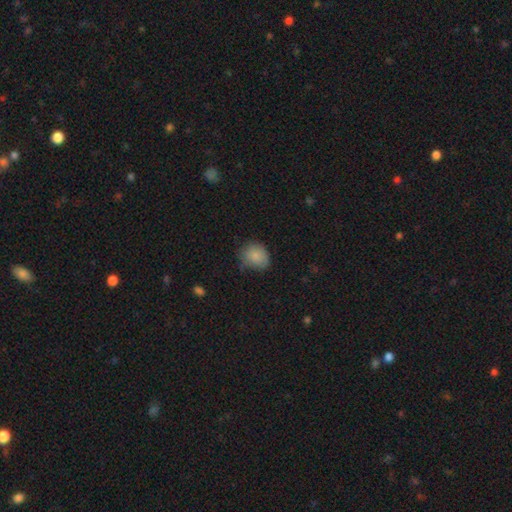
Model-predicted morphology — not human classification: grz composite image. It shows a smooth galaxy with no disk features (85%) that is round (61%). Merging: none (62%).